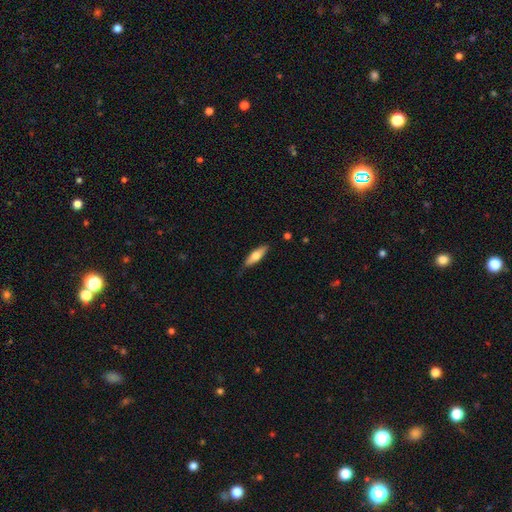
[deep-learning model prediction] Smooth or featured: smooth — 61% (featured or disk — 34%)
How rounded: cigar-shaped — 56% (in between — 42%)
Merging: none — 82% (minor disturbance — 14%)